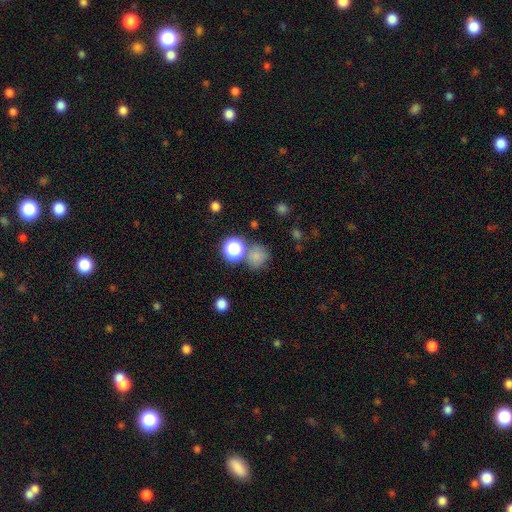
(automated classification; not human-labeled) smooth-or-featured: smooth: 74% | star or artifact: 19% | featured or disk: 7%
  how-rounded: round: 83% | in between: 16% | cigar-shaped: 1%
  merging: none: 64% | merger: 18% | minor disturbance: 13% | major disturbance: 6%